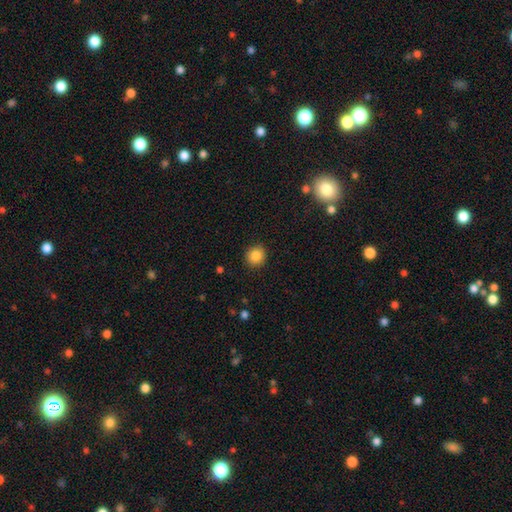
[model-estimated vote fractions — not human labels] Smooth or featured?
  - smooth: 85% *
  - star or artifact: 10%
  - featured or disk: 5%
How rounded?
  - round: 89% *
  - in between: 10%
  - cigar-shaped: 1%
Merging?
  - none: 91% *
  - minor disturbance: 6%
  - major disturbance: 2%
  - merger: 1%